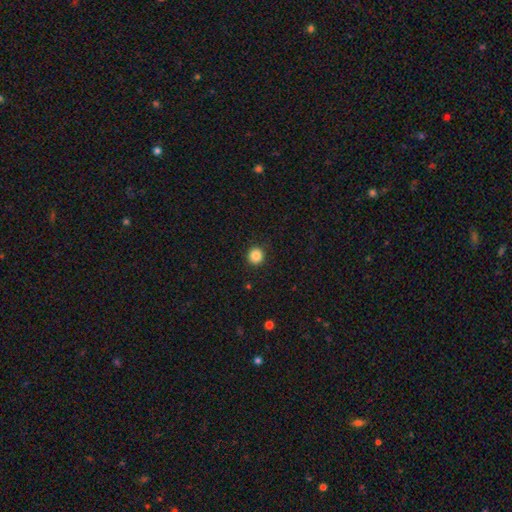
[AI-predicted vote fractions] Smooth or featured? smooth (87%)
How rounded? round (94%)
Merging? none (92%)